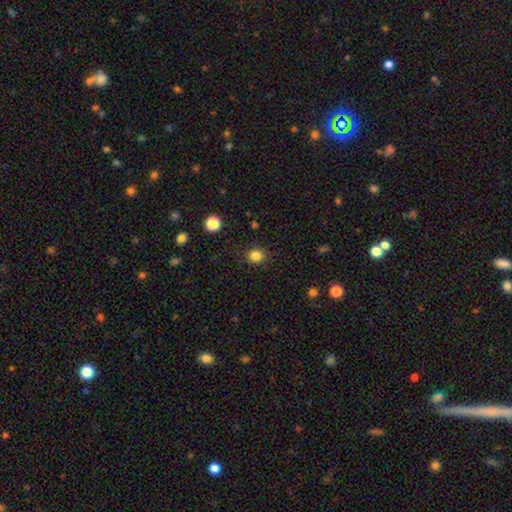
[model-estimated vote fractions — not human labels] Smooth or featured? smooth (84%)
How rounded? round (85%)
Merging? none (88%)